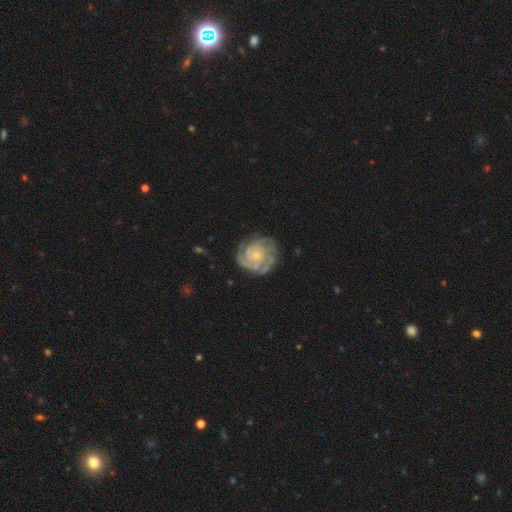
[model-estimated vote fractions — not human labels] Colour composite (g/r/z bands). It shows a featured or disk galaxy (88%) with no bar (77%), 3 (34%) tight (74%) spiral arms (97%) and a small central bulge (72%). Merging: none (76%).